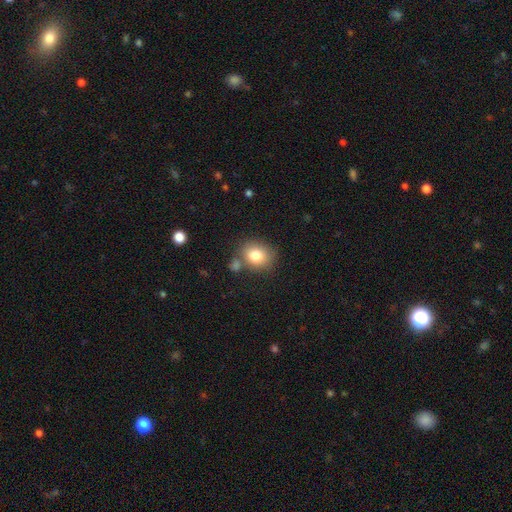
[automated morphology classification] A smooth galaxy with no disk features (81%) that is round (60%).

Vote fractions:
- Smooth or featured? smooth: 81% / star or artifact: 10% / featured or disk: 10%
- How rounded? round: 60% / in between: 40% / cigar-shaped: 1%
- Merging? none: 69% / minor disturbance: 14% / merger: 13% / major disturbance: 4%